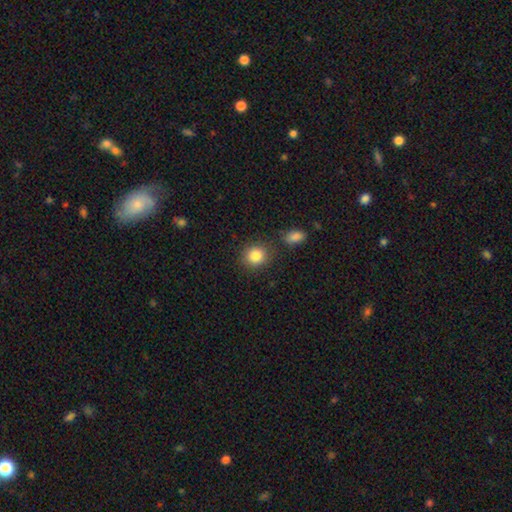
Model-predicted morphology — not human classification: This appears to be a smooth galaxy with no disk features (86%) that is round (79%). Merging: none (81%).